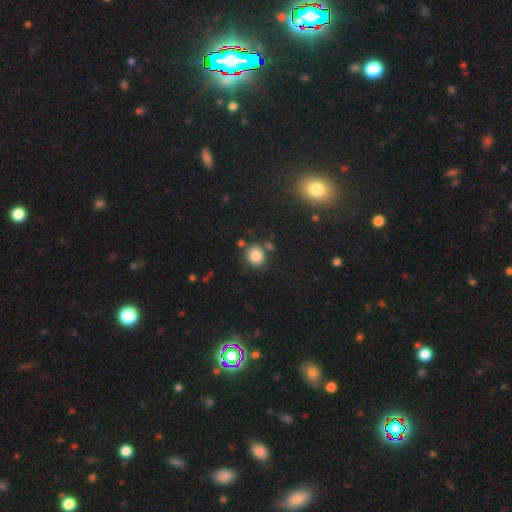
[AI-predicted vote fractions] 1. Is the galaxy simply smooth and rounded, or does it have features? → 85% smooth, 10% star or artifact, 5% featured or disk.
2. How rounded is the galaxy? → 77% round, 22% in between, 1% cigar-shaped.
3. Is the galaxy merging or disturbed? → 76% none, 12% minor disturbance, 9% merger, 4% major disturbance.